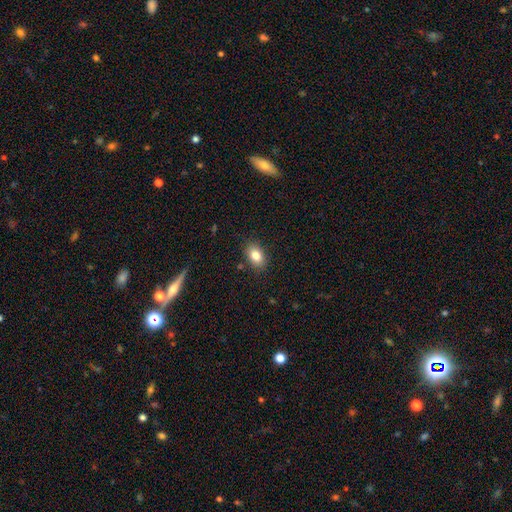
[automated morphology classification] smooth-or-featured: smooth: 82% | featured or disk: 10% | star or artifact: 9%
  how-rounded: in between: 83% | round: 16% | cigar-shaped: 1%
  merging: none: 86% | minor disturbance: 10% | major disturbance: 2% | merger: 2%